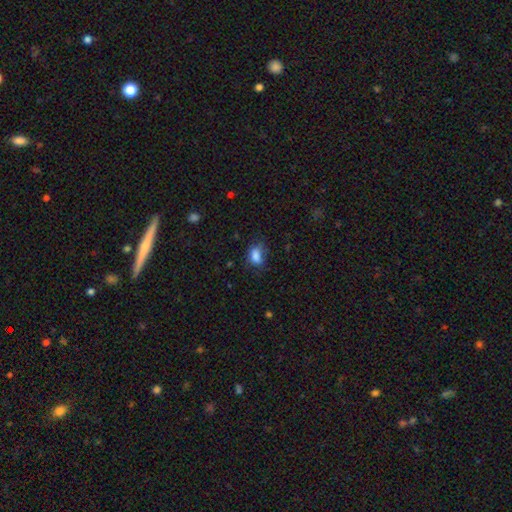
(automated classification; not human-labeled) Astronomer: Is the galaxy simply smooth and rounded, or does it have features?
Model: smooth — 83%.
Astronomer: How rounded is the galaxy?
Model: in between — 82%.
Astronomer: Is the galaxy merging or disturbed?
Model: none — 61%.